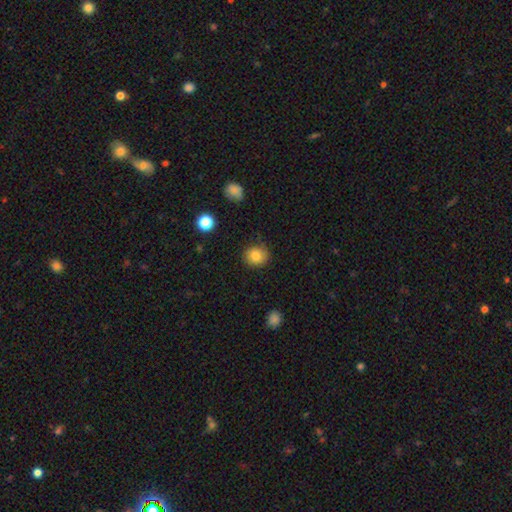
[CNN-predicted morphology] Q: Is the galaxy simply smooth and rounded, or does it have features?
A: smooth — 83%.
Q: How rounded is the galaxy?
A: round — 81%.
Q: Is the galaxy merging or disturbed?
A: none — 85%.